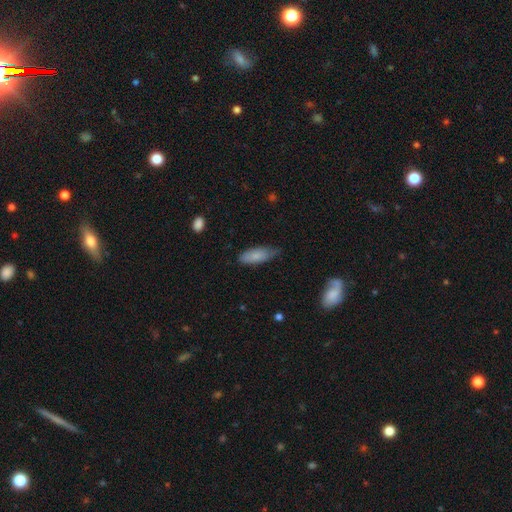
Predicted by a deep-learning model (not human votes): smooth 80%, featured or disk 14%, star or artifact 6%. Down the decision tree: how rounded — in between (76%); merging — none (56%).